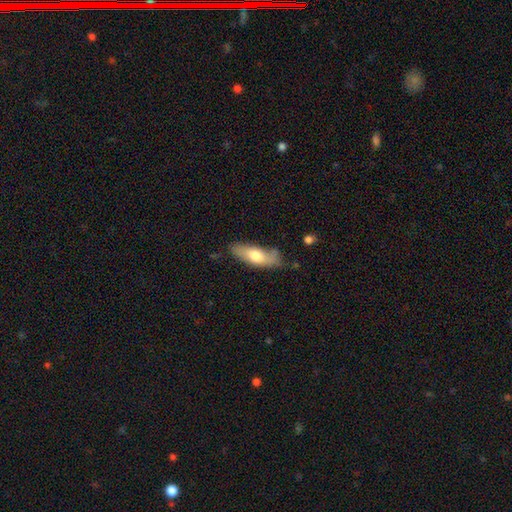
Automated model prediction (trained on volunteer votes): Smooth or featured: smooth — 67% (featured or disk — 27%)
How rounded: in between — 61% (cigar-shaped — 36%)
Merging: none — 67% (minor disturbance — 23%)